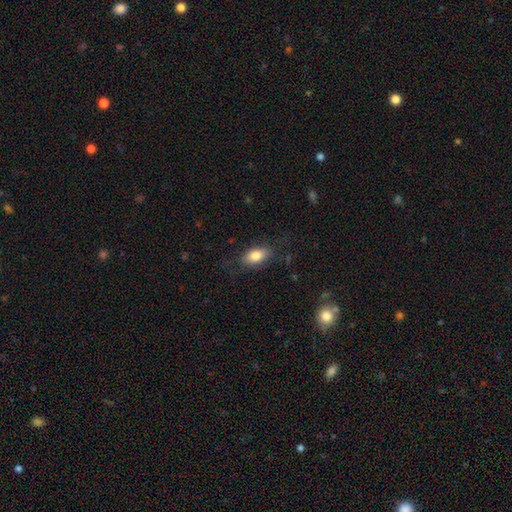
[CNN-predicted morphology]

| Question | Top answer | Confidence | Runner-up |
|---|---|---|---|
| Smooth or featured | smooth | 81% | featured or disk (12%) |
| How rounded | in between | 88% | cigar-shaped (6%) |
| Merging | none | 76% | minor disturbance (16%) |